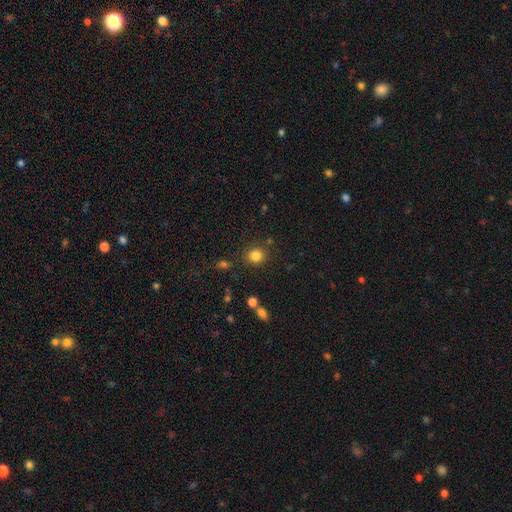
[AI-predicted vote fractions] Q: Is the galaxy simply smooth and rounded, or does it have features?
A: smooth — 82%.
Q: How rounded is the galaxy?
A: round — 84%.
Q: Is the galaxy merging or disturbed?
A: none — 82%.